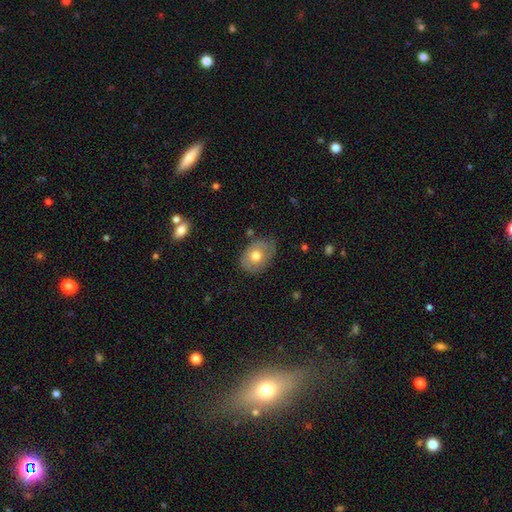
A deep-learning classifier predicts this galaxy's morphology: Overall: smooth (66%). How rounded: in between (70%). Merging: none (64%; minor disturbance 27%).